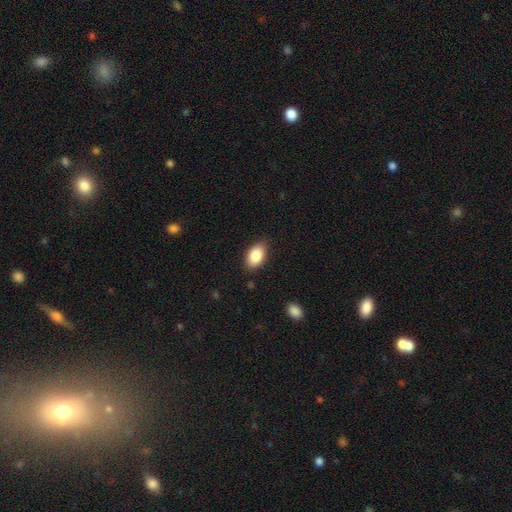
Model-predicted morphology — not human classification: Q: Smooth or featured?
A: smooth (87%); runner-up: star or artifact (7%)
Q: How rounded?
A: in between (92%); runner-up: round (6%)
Q: Merging?
A: none (84%); runner-up: minor disturbance (13%)